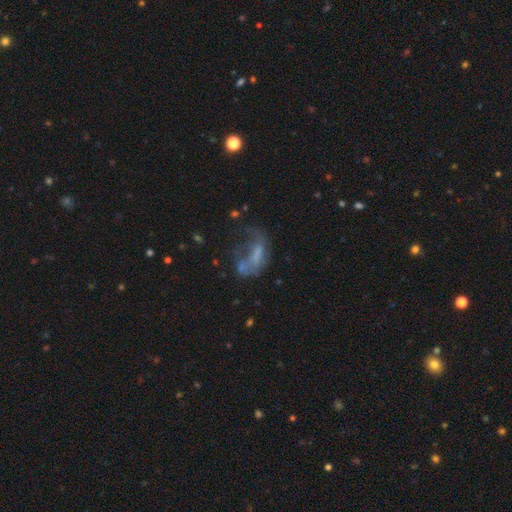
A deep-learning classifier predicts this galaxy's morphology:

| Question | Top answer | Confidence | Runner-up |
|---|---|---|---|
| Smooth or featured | featured or disk | 47% | smooth (37%) |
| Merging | major disturbance | 47% | none (23%) |